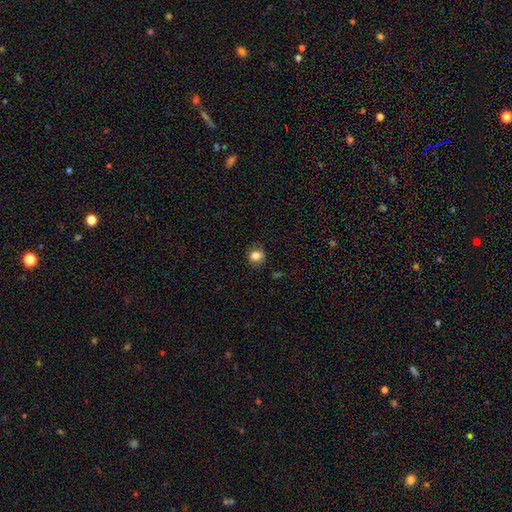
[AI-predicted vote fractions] smooth 83%, star or artifact 10%, featured or disk 7%. Down the decision tree: how rounded — round (76%); merging — none (83%).